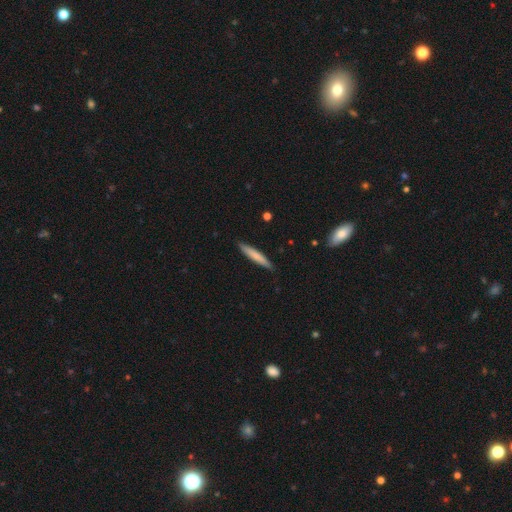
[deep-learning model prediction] The model was most divided on "smooth or featured": smooth: 73%, featured or disk: 22%, star or artifact: 5%. More confident: how rounded — cigar-shaped (92%); merging — none (88%).